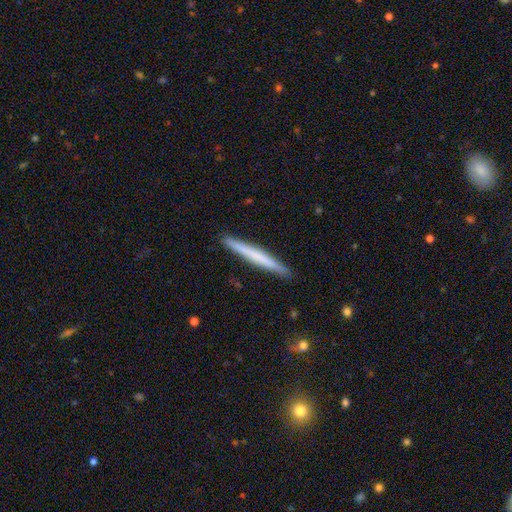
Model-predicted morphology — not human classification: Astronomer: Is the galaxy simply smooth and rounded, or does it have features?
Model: smooth — 56% (runner-up: featured or disk, 38%).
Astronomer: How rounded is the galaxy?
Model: cigar-shaped — 97%.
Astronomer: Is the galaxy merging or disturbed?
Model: none — 92%.